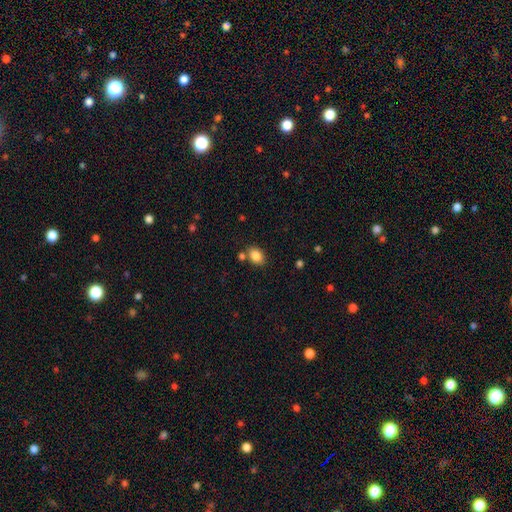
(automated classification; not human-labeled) Smooth or featured: smooth — 85% (star or artifact — 9%)
How rounded: in between — 70% (round — 29%)
Merging: none — 72% (minor disturbance — 13%)